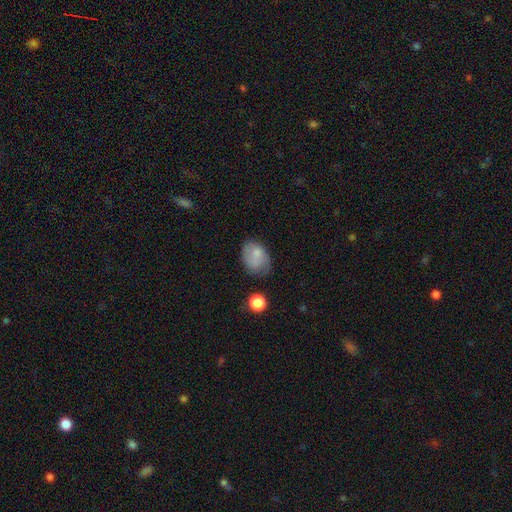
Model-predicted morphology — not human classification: Q: Smooth or featured?
A: smooth (72%); runner-up: featured or disk (19%)
Q: How rounded?
A: in between (73%); runner-up: round (25%)
Q: Merging?
A: none (54%); runner-up: minor disturbance (31%)